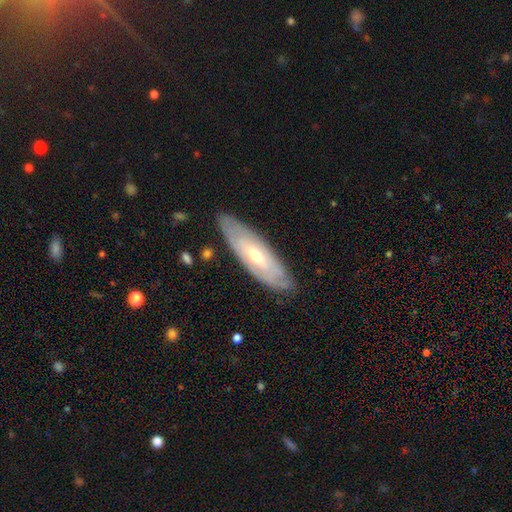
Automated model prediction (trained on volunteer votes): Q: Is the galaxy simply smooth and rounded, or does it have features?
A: featured or disk — 63%.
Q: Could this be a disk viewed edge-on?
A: no — 69%.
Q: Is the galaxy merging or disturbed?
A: none — 81%.